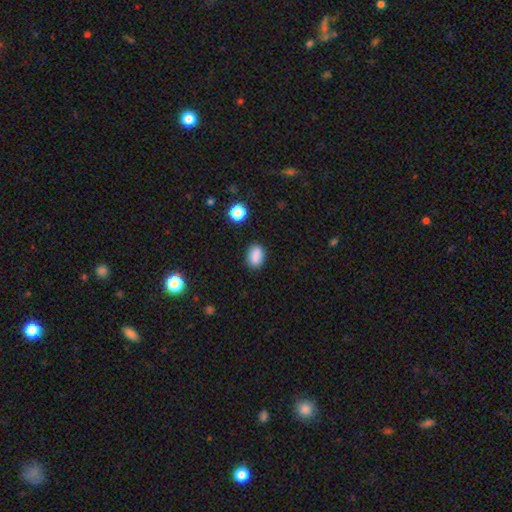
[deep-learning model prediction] smooth 87%, star or artifact 9%, featured or disk 4%. Down the decision tree: how rounded — in between (81%); merging — none (84%).